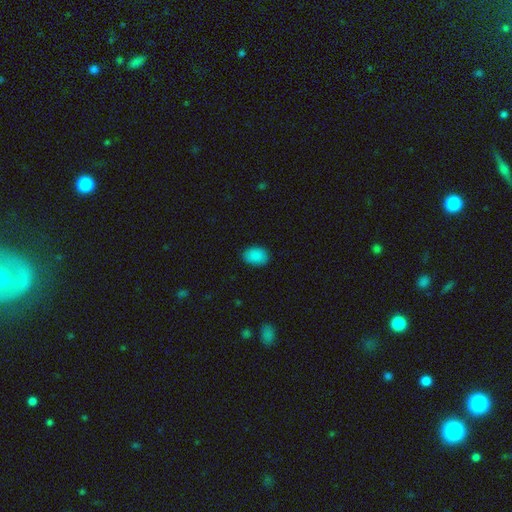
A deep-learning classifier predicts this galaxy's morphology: smooth-or-featured: smooth: 88% | star or artifact: 8% | featured or disk: 3%
  how-rounded: in between: 78% | round: 21% | cigar-shaped: 1%
  merging: none: 87% | minor disturbance: 10% | major disturbance: 2% | merger: 1%